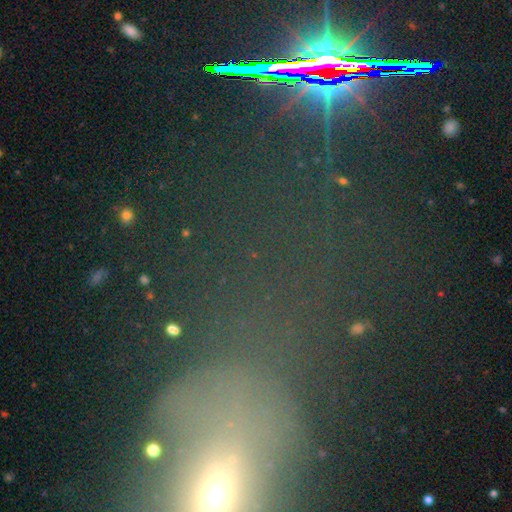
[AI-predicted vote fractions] Smooth or featured: star or artifact — 63% (smooth — 22%)